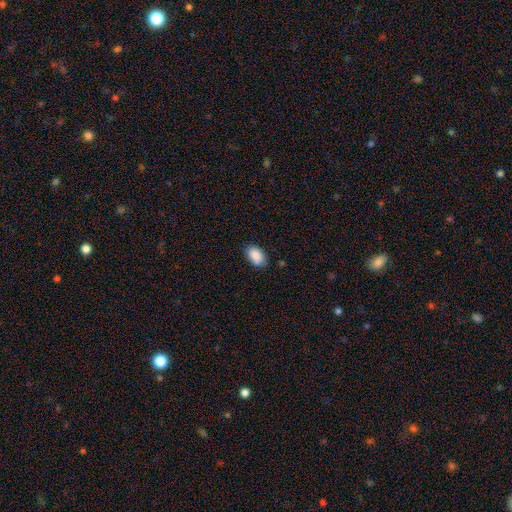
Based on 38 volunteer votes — Q: Smooth or featured?
A: smooth (89%); runner-up: featured or disk (8%)
Q: How rounded?
A: in between (88%); runner-up: round (12%)
Q: Merging?
A: none (76%); runner-up: minor disturbance (14%)